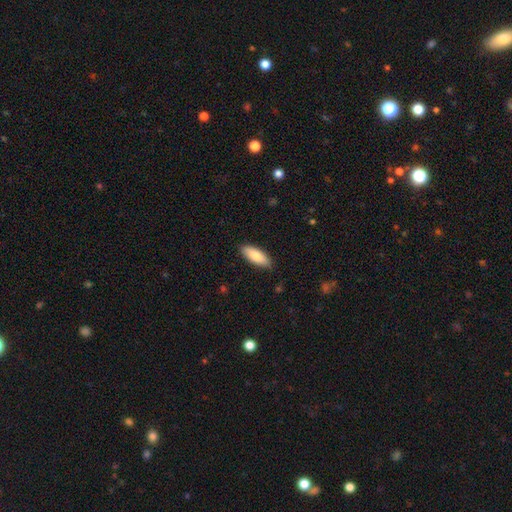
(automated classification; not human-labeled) Morphology: type=smooth (85%); roundness=in between (72%); merging=none (87%).